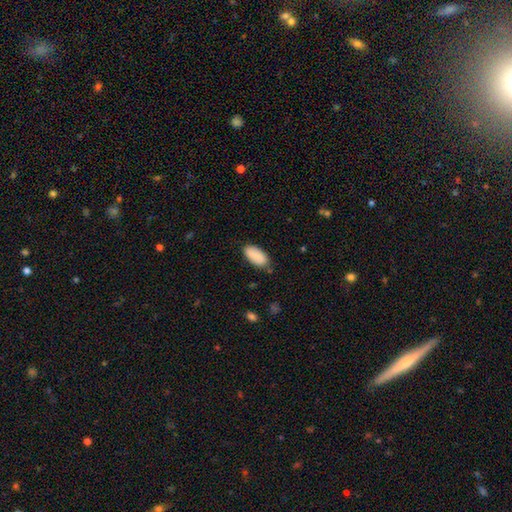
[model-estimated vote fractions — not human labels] Smooth or featured: smooth — 89% (star or artifact — 6%)
How rounded: in between — 93% (cigar-shaped — 5%)
Merging: none — 82% (minor disturbance — 14%)